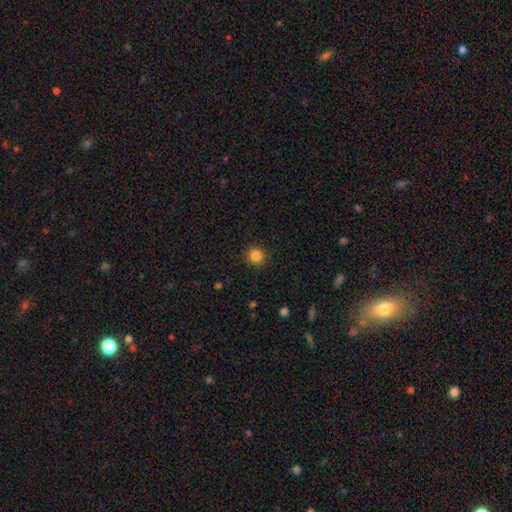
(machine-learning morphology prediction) smooth-or-featured: smooth: 85% | star or artifact: 11% | featured or disk: 4%
  how-rounded: round: 93% | in between: 6% | cigar-shaped: 1%
  merging: none: 91% | minor disturbance: 6% | major disturbance: 2% | merger: 1%